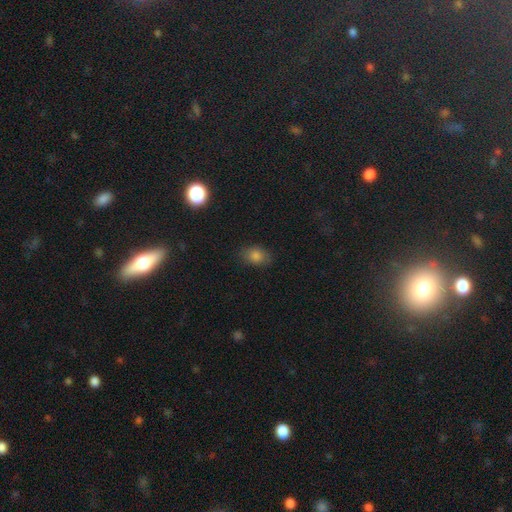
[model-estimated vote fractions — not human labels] A smooth galaxy with no disk features (79%) that is in between round and cigar-shaped (72%).

Vote fractions:
- Smooth or featured? smooth: 79% / star or artifact: 14% / featured or disk: 7%
- How rounded? in between: 72% / round: 27% / cigar-shaped: 1%
- Merging? none: 81% / minor disturbance: 14% / major disturbance: 3% / merger: 1%